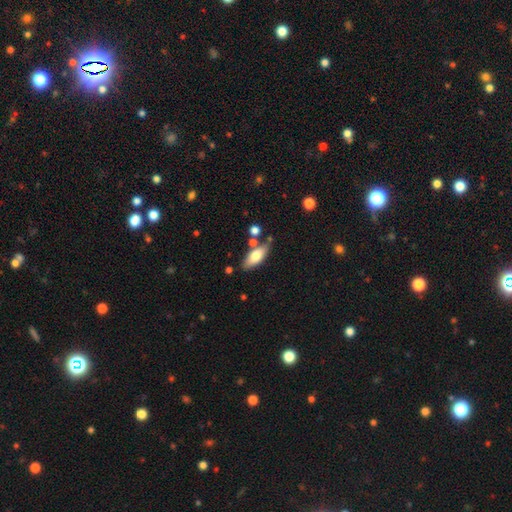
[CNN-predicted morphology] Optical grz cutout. It shows a smooth galaxy with no disk features (72%) that is in between round and cigar-shaped (75%). Merging: none (73%).